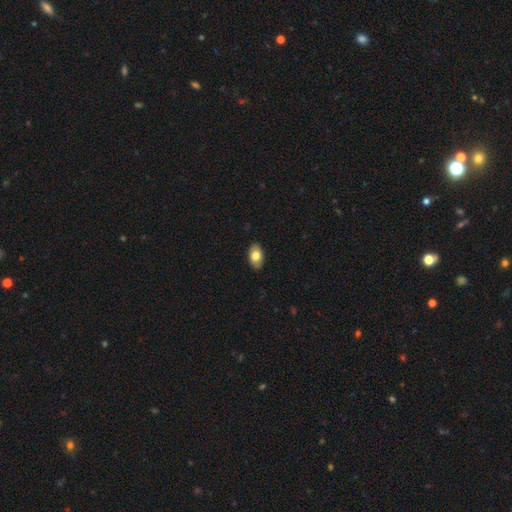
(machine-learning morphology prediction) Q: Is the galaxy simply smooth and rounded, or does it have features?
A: smooth — 77%.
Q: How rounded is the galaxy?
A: in between — 91%.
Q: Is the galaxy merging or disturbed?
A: none — 88%.